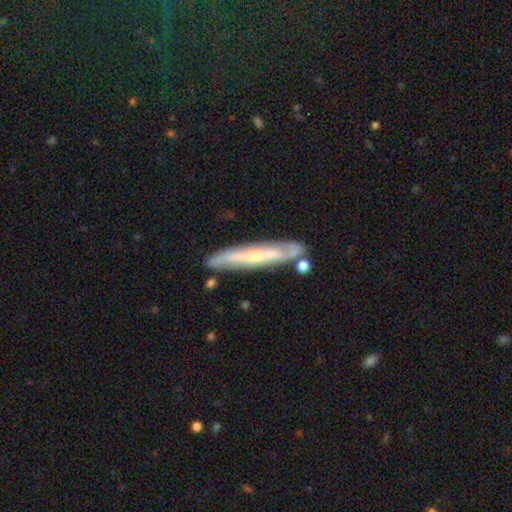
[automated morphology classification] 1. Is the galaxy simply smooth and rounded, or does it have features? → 62% featured or disk, 32% smooth, 6% star or artifact.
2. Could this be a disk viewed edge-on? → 69% yes, 31% no.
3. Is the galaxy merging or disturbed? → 75% none, 15% minor disturbance, 7% merger, 3% major disturbance.